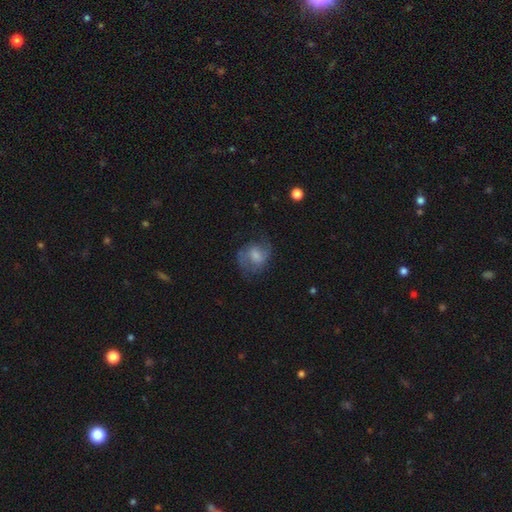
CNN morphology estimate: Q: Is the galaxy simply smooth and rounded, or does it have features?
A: smooth — 49%.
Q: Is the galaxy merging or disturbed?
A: none — 55%.